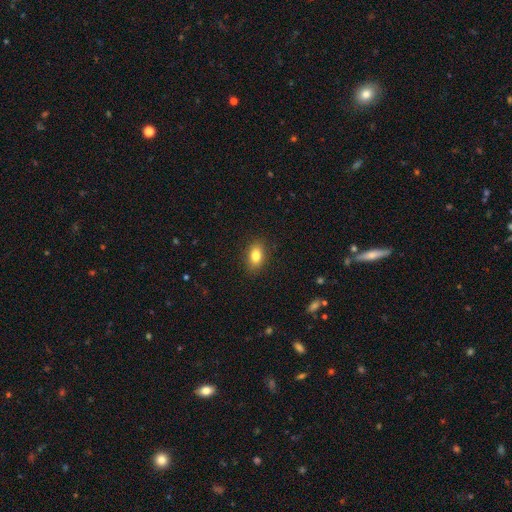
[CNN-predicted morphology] A smooth galaxy with no disk features (83%) that is in between round and cigar-shaped (87%).

Vote fractions:
- Smooth or featured? smooth: 83% / star or artifact: 8% / featured or disk: 8%
- How rounded? in between: 87% / round: 10% / cigar-shaped: 3%
- Merging? none: 88% / minor disturbance: 9% / major disturbance: 2% / merger: 1%